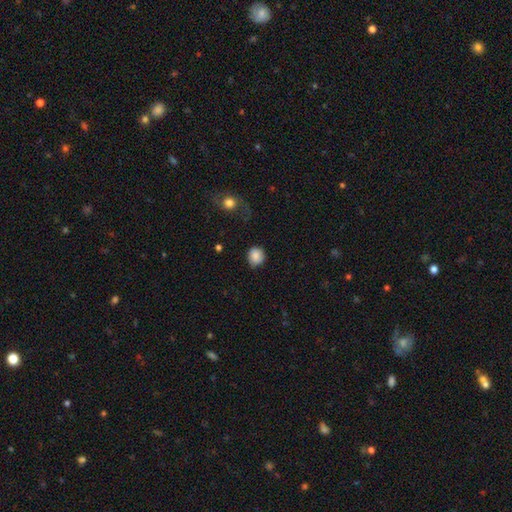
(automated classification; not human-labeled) The model was most divided on "merging": none: 76%, minor disturbance: 17%, major disturbance: 5%, merger: 2%. More confident: smooth or featured — smooth (87%); how rounded — round (83%).